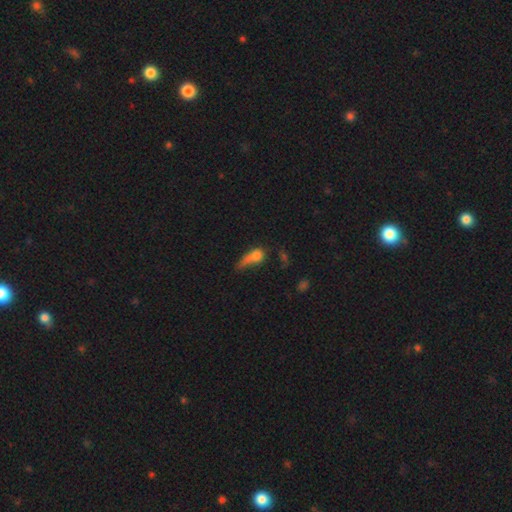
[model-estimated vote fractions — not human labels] Smooth or featured?
  - smooth: 66% *
  - featured or disk: 21%
  - star or artifact: 14%
How rounded?
  - in between: 52% *
  - round: 26%
  - cigar-shaped: 22%
Merging?
  - major disturbance: 39% *
  - none: 24%
  - minor disturbance: 20%
  - merger: 17%